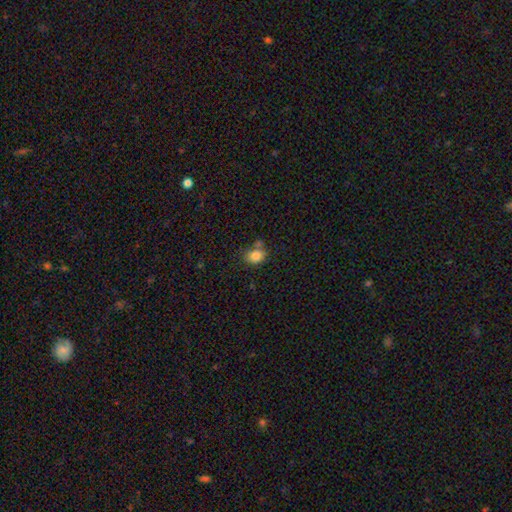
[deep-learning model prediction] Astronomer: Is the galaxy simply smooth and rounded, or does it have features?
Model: smooth — 83%.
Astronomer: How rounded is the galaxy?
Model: round — 54% (runner-up: in between, 45%).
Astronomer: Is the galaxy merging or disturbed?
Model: none — 55%.